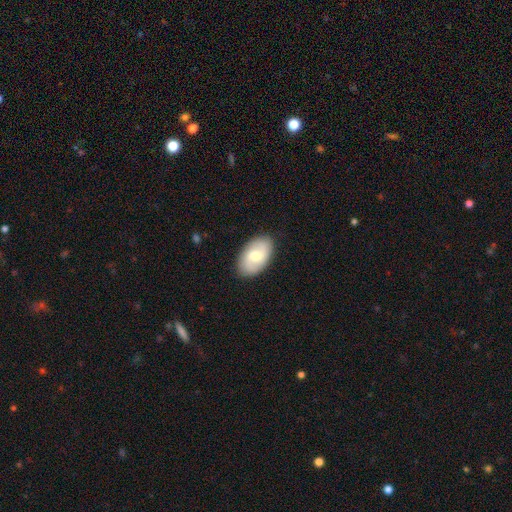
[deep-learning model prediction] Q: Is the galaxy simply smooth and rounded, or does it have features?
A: smooth — 51%.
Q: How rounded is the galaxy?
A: in between — 92%.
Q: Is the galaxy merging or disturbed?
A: none — 87%.